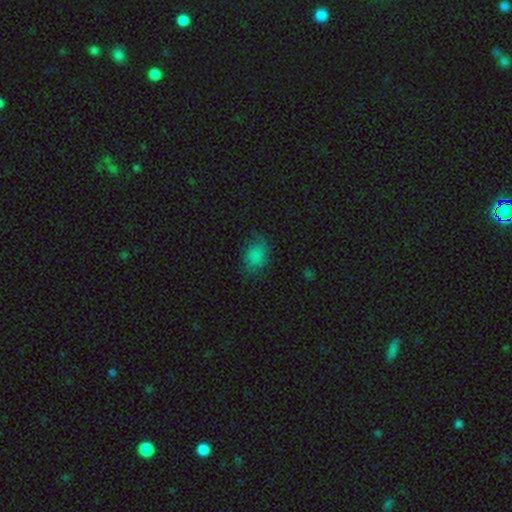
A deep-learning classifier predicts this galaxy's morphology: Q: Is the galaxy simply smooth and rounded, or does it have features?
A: smooth — 80%.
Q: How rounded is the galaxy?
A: in between — 75%.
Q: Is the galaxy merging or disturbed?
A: none — 68%.